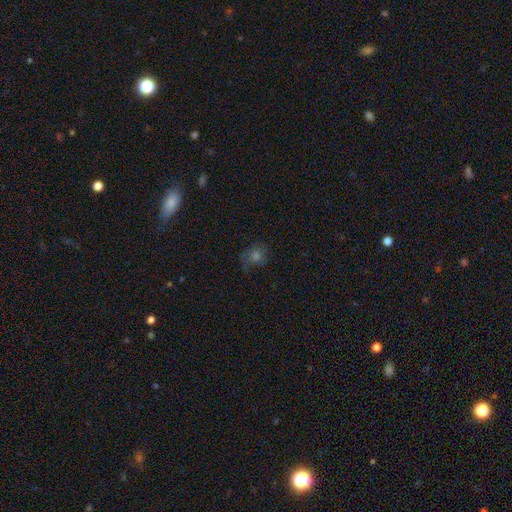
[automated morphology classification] Smooth or featured: smooth — 51% (star or artifact — 25%)
How rounded: round — 71% (in between — 28%)
Merging: none — 71% (minor disturbance — 18%)